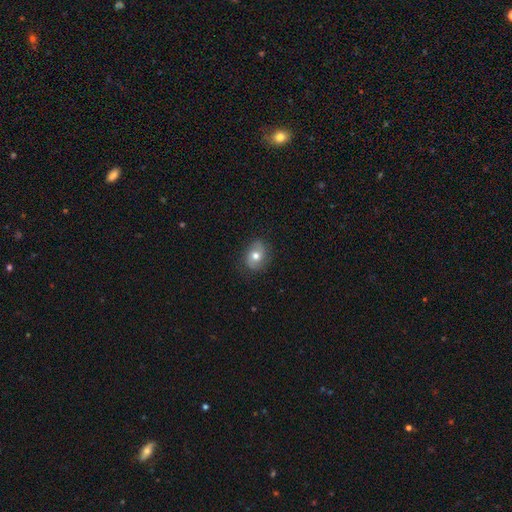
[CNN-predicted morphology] smooth_or_featured: smooth (p=0.51) [alt: featured or disk p=0.40]
how_rounded: round (p=0.51) [alt: in between p=0.47]
merging: none (p=0.78) [alt: minor disturbance p=0.16]